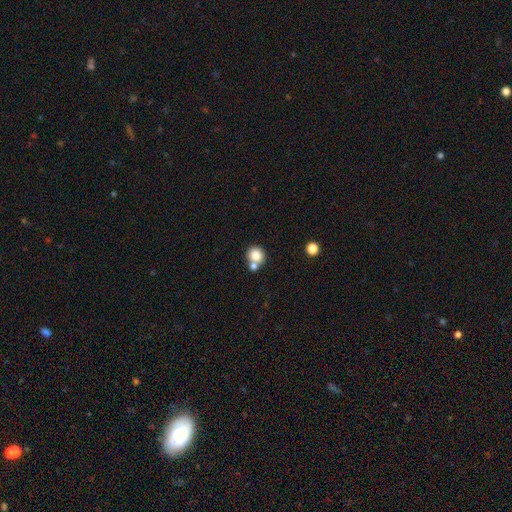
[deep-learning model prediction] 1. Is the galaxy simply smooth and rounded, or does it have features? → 82% smooth, 10% star or artifact, 8% featured or disk.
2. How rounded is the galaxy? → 88% round, 11% in between, 1% cigar-shaped.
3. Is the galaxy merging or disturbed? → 55% none, 34% merger, 8% minor disturbance, 3% major disturbance.